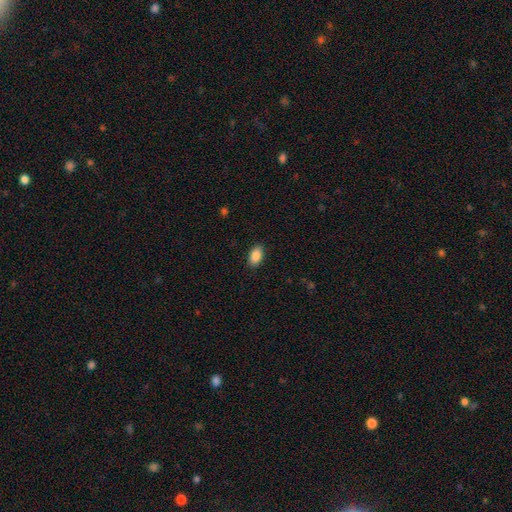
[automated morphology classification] Smooth or featured? Predicted: smooth (p=0.88). How rounded? Predicted: in between (p=0.93). Merging? Predicted: none (p=0.89).